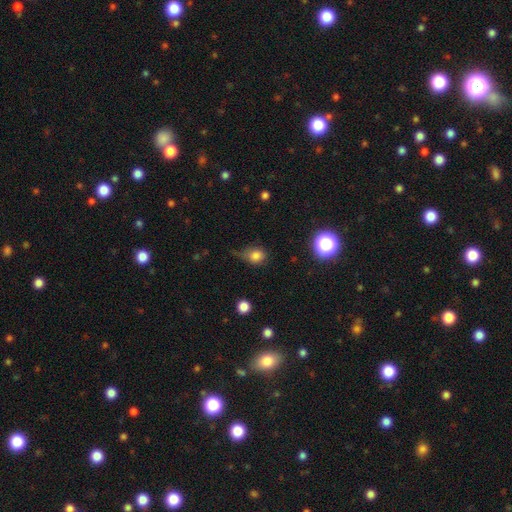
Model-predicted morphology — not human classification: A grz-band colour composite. It shows a smooth galaxy with no disk features (79%) that is round (58%). Merging: none (46%).